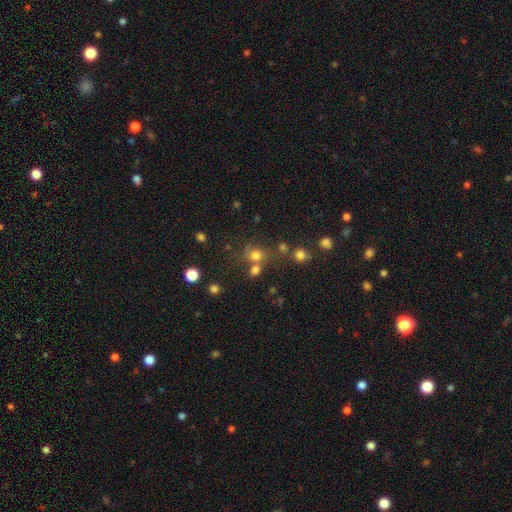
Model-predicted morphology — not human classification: The model was most divided on "merging": none: 53%, merger: 27%, minor disturbance: 12%, major disturbance: 7%. More confident: how rounded — round (75%); smooth or featured — smooth (72%).